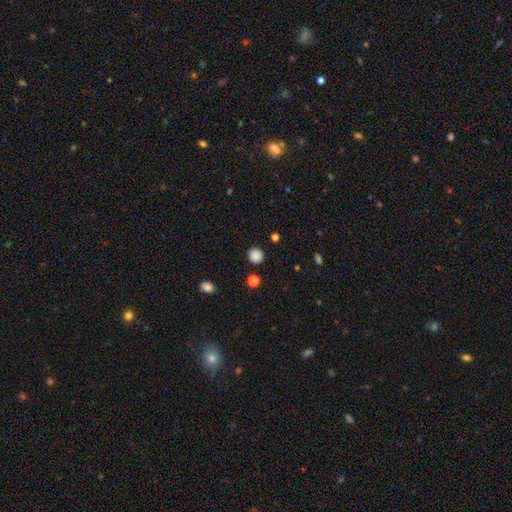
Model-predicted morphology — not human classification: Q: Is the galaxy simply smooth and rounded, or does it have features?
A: smooth — 86%.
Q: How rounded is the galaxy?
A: round — 93%.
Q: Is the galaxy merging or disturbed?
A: none — 90%.